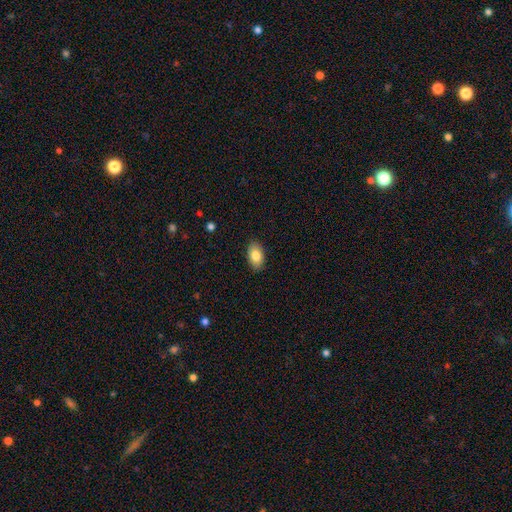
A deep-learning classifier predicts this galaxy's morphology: smooth-or-featured: smooth: 83% | featured or disk: 10% | star or artifact: 7%
  how-rounded: in between: 92% | round: 7% | cigar-shaped: 1%
  merging: none: 89% | minor disturbance: 8% | major disturbance: 2% | merger: 1%